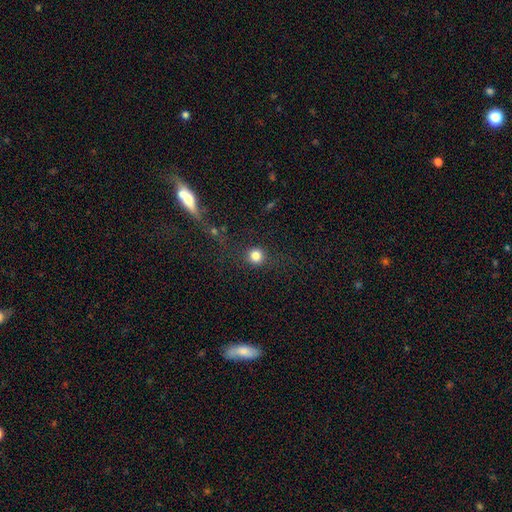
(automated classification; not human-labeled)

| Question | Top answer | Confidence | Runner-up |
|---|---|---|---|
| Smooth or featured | smooth | 81% | star or artifact (12%) |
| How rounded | round | 92% | in between (7%) |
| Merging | none | 82% | minor disturbance (9%) |